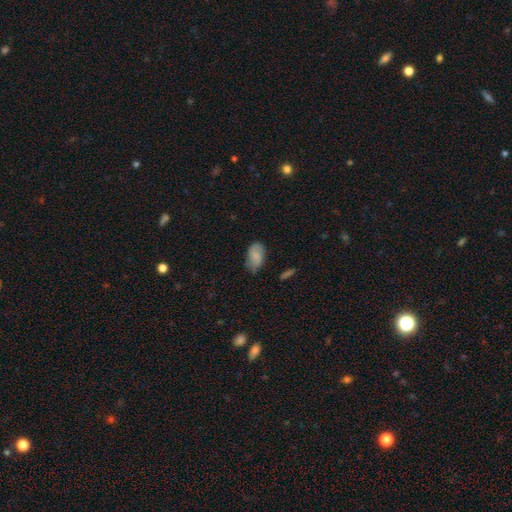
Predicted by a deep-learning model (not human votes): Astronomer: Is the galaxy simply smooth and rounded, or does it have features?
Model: smooth — 72%.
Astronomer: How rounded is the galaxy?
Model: in between — 93%.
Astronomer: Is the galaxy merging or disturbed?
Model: none — 69%.